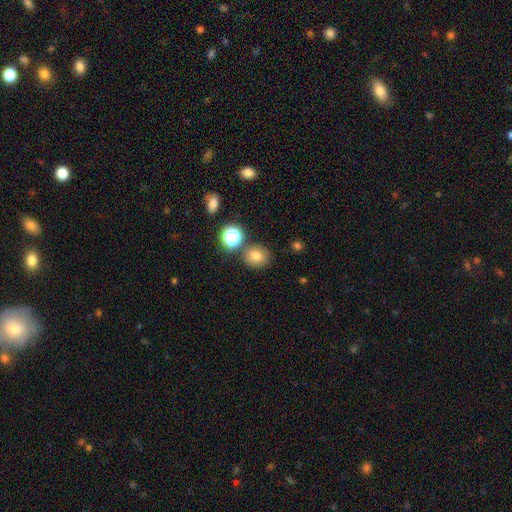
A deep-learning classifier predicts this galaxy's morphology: Smooth or featured: smooth — 75% (star or artifact — 16%)
How rounded: round — 80% (in between — 19%)
Merging: none — 79% (minor disturbance — 9%)